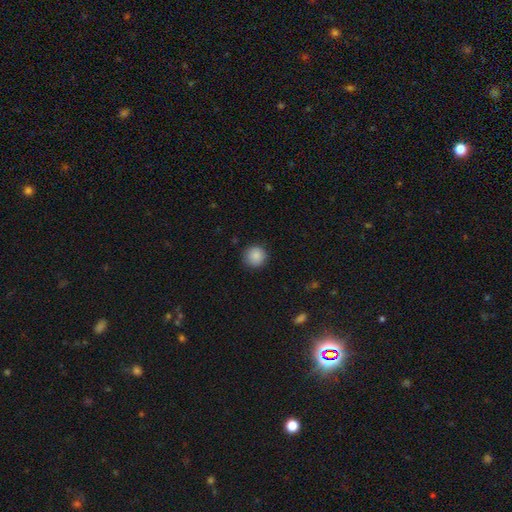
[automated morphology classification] This appears to be a smooth galaxy with no disk features (88%) that is round (95%). Merging: none (89%).